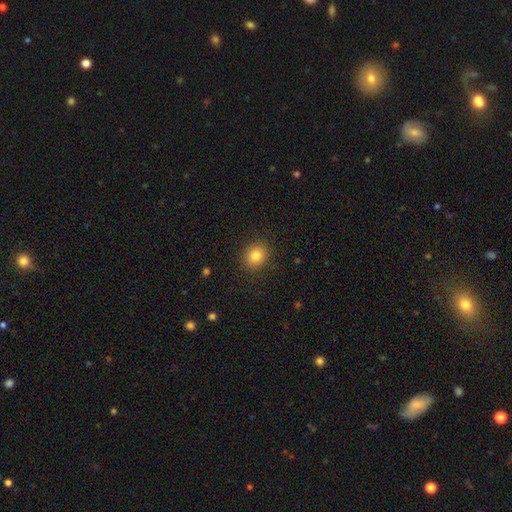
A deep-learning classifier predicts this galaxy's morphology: type=smooth (83%); roundness=round (69%); merging=none (88%).